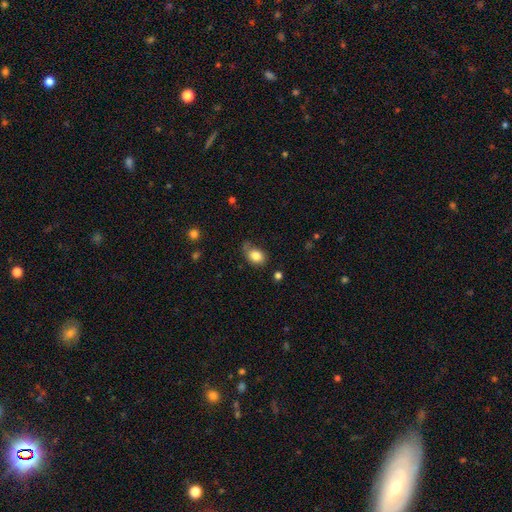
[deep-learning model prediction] smooth_or_featured: smooth (p=0.83) [alt: star or artifact p=0.09]
how_rounded: in between (p=0.67) [alt: round p=0.32]
merging: none (p=0.58) [alt: minor disturbance p=0.30]